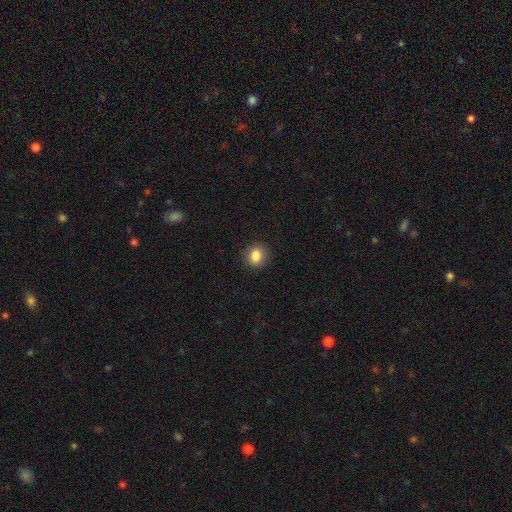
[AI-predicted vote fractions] This is clearly a smooth galaxy (86%). How rounded: clearly round (83%). Merging: clearly none (90%).